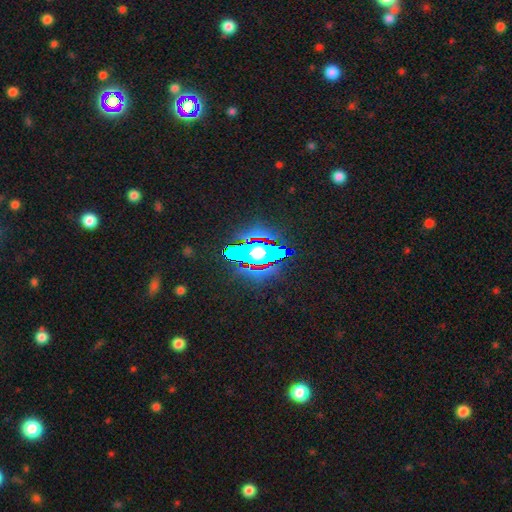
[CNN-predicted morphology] Smooth or featured: star or artifact — 84% (smooth — 9%)